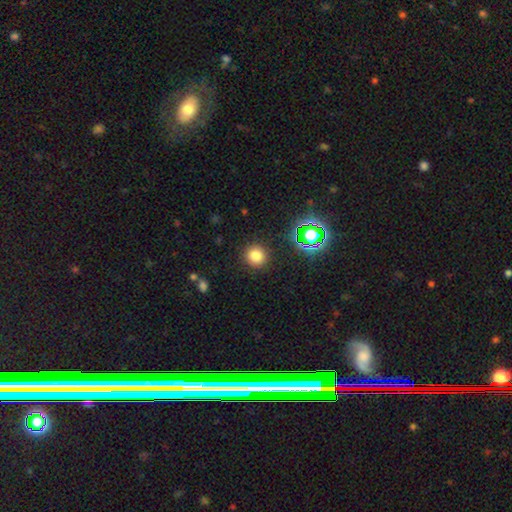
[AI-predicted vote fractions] Smooth or featured? Predicted: smooth (p=0.75). How rounded? Predicted: round (p=0.93). Merging? Predicted: none (p=0.90).